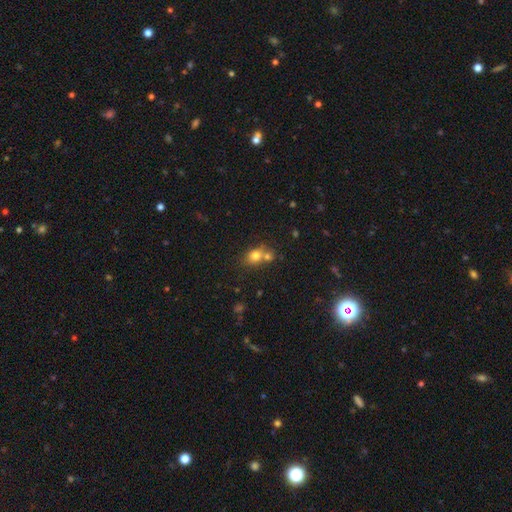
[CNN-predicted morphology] smooth_or_featured: smooth (p=0.75) [alt: star or artifact p=0.13]
how_rounded: round (p=0.61) [alt: in between p=0.38]
merging: none (p=0.44) [alt: merger p=0.42]